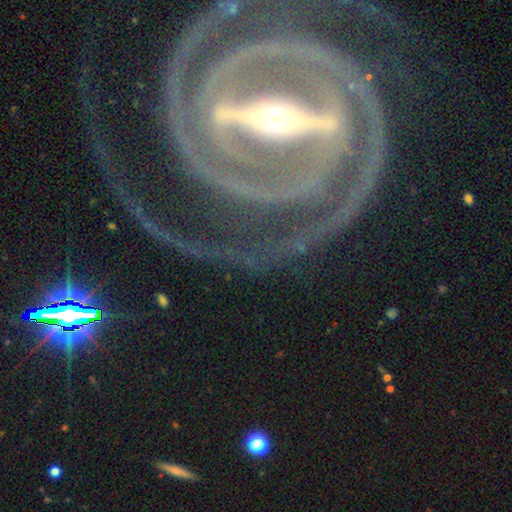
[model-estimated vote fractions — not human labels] Morphology: type=featured or disk (80%); edge-on=no (91%); bar=strong (66%); spiral arms=yes (87%); winding=tight (56%); arm count=2 (43%); bulge=moderate (46%); merging=none (65%).